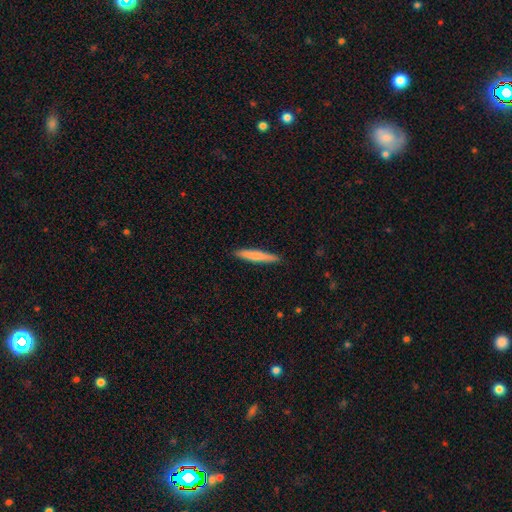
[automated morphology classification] Q: Smooth or featured?
A: smooth (72%); runner-up: featured or disk (23%)
Q: How rounded?
A: cigar-shaped (94%); runner-up: in between (5%)
Q: Merging?
A: none (91%); runner-up: minor disturbance (7%)